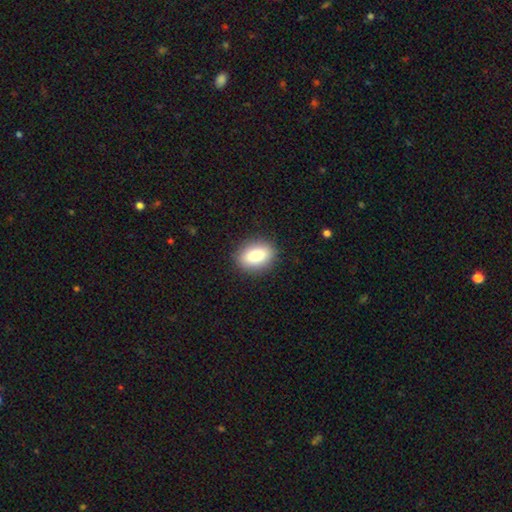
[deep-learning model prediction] Q: Smooth or featured?
A: smooth (82%); runner-up: featured or disk (10%)
Q: How rounded?
A: in between (81%); runner-up: round (17%)
Q: Merging?
A: none (88%); runner-up: minor disturbance (8%)